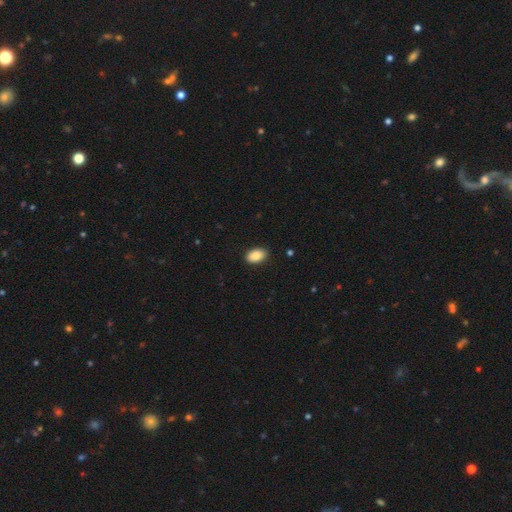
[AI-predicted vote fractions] This is clearly a smooth galaxy (89%). How rounded: clearly in between (92%). Merging: clearly none (87%).